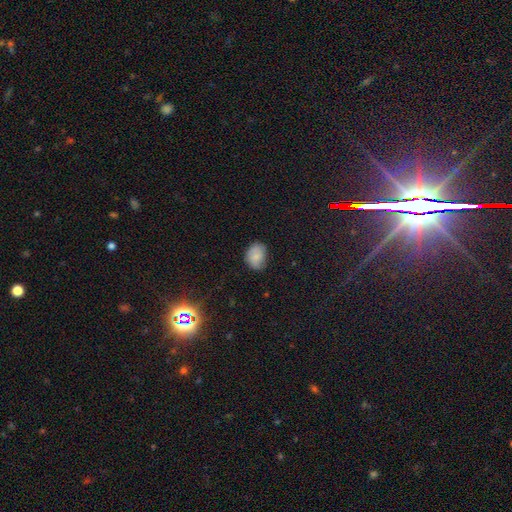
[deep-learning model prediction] Smooth or featured? smooth (79%)
How rounded? in between (64%)
Merging? none (71%)